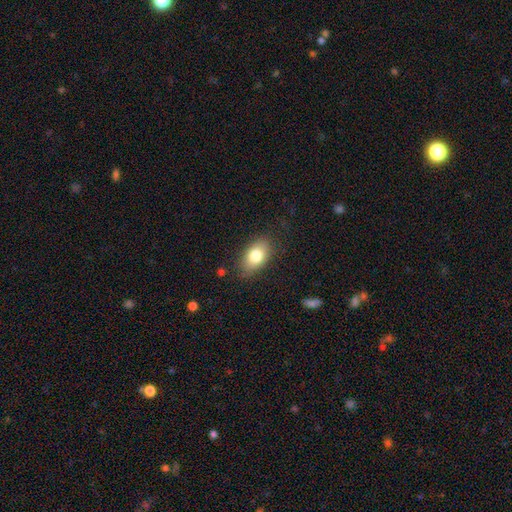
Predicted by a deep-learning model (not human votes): Q: Smooth or featured?
A: smooth (79%); runner-up: featured or disk (13%)
Q: How rounded?
A: in between (88%); runner-up: round (9%)
Q: Merging?
A: none (80%); runner-up: minor disturbance (15%)